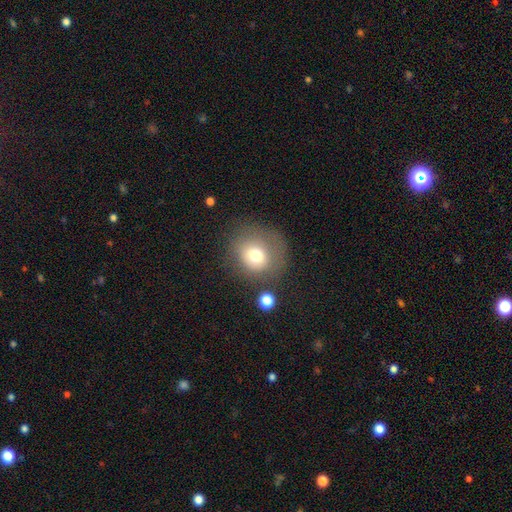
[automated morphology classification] The model was most divided on "merging": none: 63%, minor disturbance: 19%, major disturbance: 12%, merger: 6%. More confident: how rounded — round (81%); smooth or featured — smooth (73%).